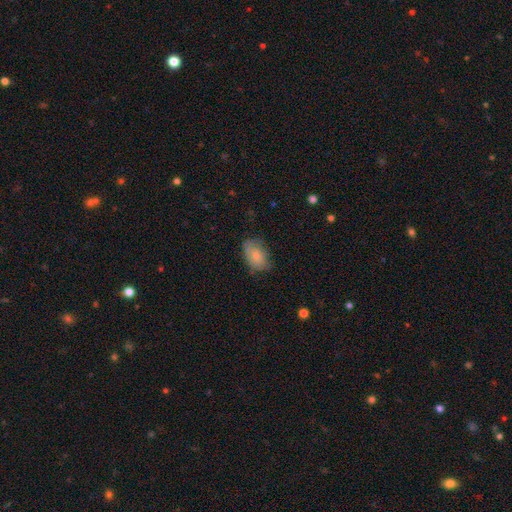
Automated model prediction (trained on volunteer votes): smooth_or_featured: smooth (p=0.76) [alt: featured or disk p=0.17]
how_rounded: in between (p=0.85) [alt: round p=0.14]
merging: none (p=0.63) [alt: minor disturbance p=0.28]